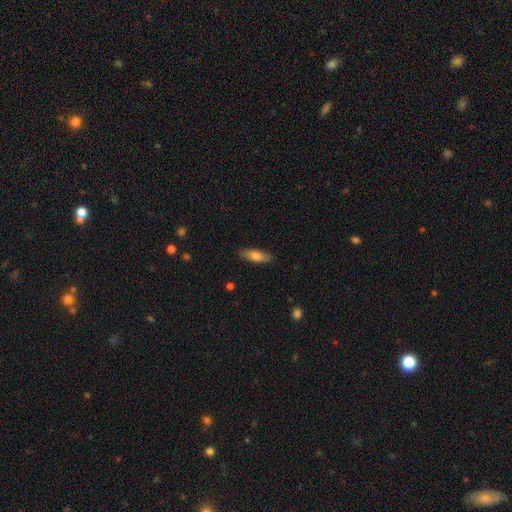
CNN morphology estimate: This appears to be a smooth galaxy with no disk features (73%) that is in between round and cigar-shaped (51%). Merging: none (86%).